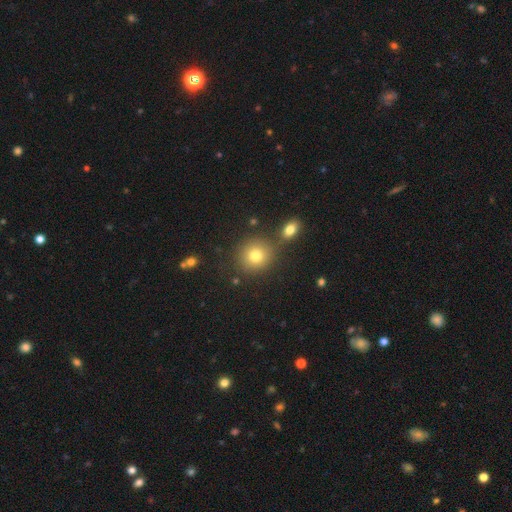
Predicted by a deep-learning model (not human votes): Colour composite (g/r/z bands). It shows a smooth galaxy with no disk features (78%) that is round (86%). Merging: none (76%).